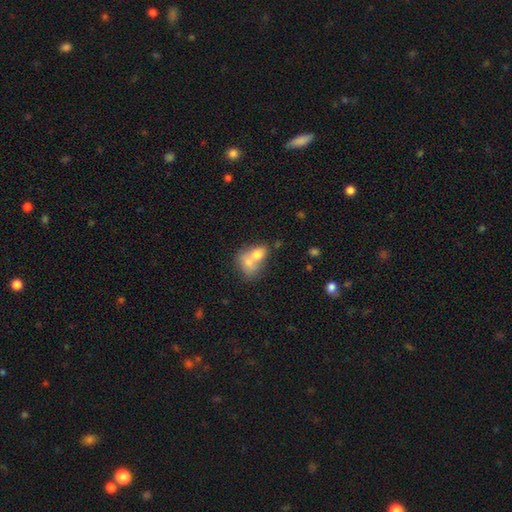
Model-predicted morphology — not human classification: Smooth or featured: smooth — 68% (featured or disk — 22%)
How rounded: in between — 59% (round — 39%)
Merging: merger — 72% (none — 18%)